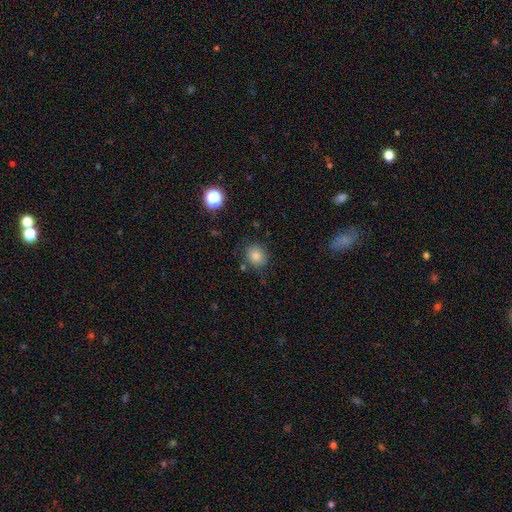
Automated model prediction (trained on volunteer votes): Smooth or featured: smooth — 80% (star or artifact — 13%)
How rounded: round — 76% (in between — 23%)
Merging: none — 79% (minor disturbance — 14%)